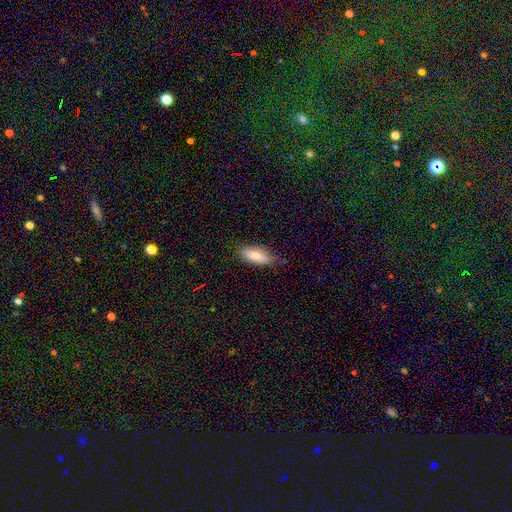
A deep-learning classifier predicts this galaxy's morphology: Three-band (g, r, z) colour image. It shows a smooth galaxy with no disk features (80%) that is in between round and cigar-shaped (76%). Merging: none (69%).